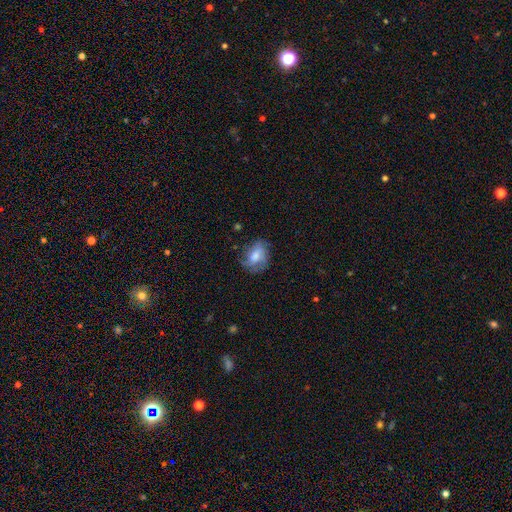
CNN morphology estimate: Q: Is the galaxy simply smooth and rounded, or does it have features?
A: smooth — 59%.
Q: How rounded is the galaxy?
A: in between — 68%.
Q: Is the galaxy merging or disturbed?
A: none — 62%.